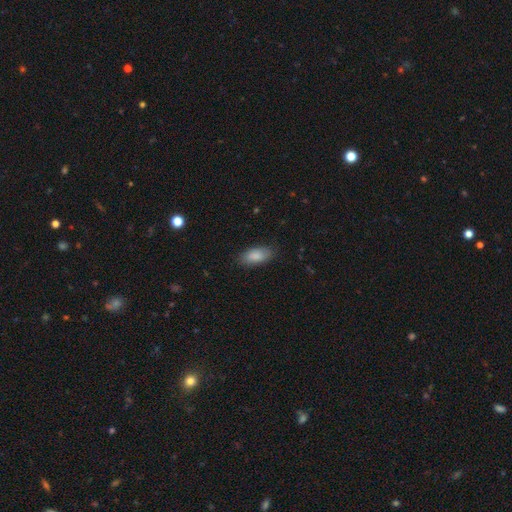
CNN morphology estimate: Smooth or featured? Predicted: smooth (p=0.86). How rounded? Predicted: in between (p=0.89). Merging? Predicted: none (p=0.82).